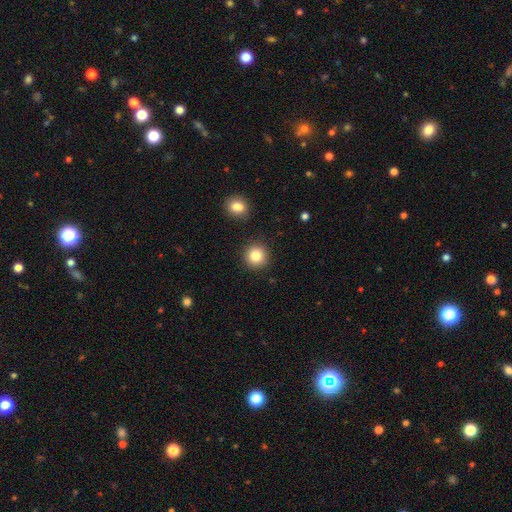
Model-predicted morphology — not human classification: smooth 83%, star or artifact 10%, featured or disk 6%. Down the decision tree: how rounded — round (94%); merging — none (89%).